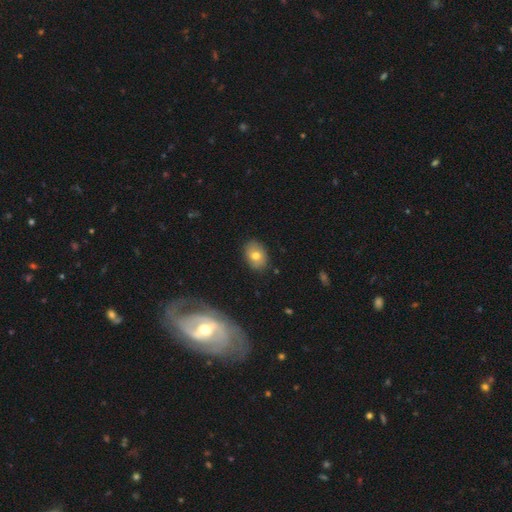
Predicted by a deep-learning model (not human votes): Smooth or featured?
  - smooth: 72% *
  - featured or disk: 19%
  - star or artifact: 9%
How rounded?
  - in between: 70% *
  - round: 29%
  - cigar-shaped: 1%
Merging?
  - none: 85% *
  - minor disturbance: 11%
  - major disturbance: 2%
  - merger: 1%